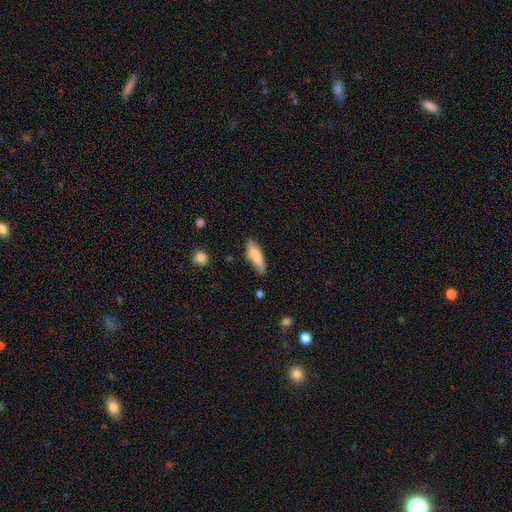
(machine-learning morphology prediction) The model was most divided on "how rounded": cigar-shaped: 65%, in between: 33%, round: 2%. More confident: smooth or featured — smooth (76%); merging — none (73%).